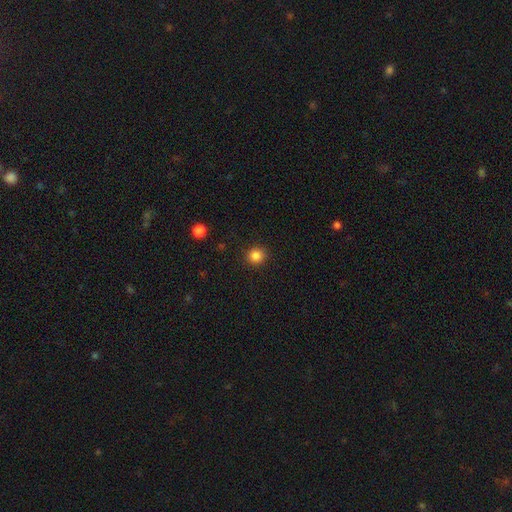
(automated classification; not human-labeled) Smooth or featured? Predicted: smooth (p=0.85). How rounded? Predicted: round (p=0.91). Merging? Predicted: none (p=0.91).